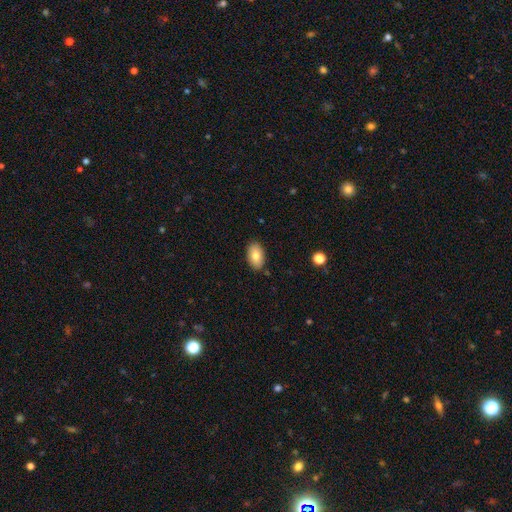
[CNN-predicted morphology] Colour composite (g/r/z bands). It shows a smooth galaxy with no disk features (80%) that is in between round and cigar-shaped (91%). Merging: none (87%).